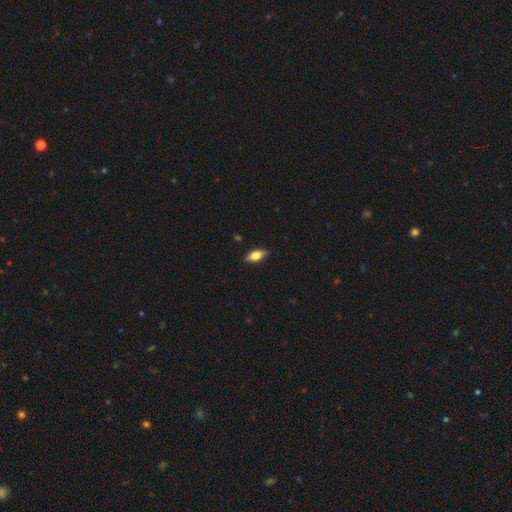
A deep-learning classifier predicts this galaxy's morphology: Smooth or featured? smooth (64%)
How rounded? in between (82%)
Merging? none (87%)